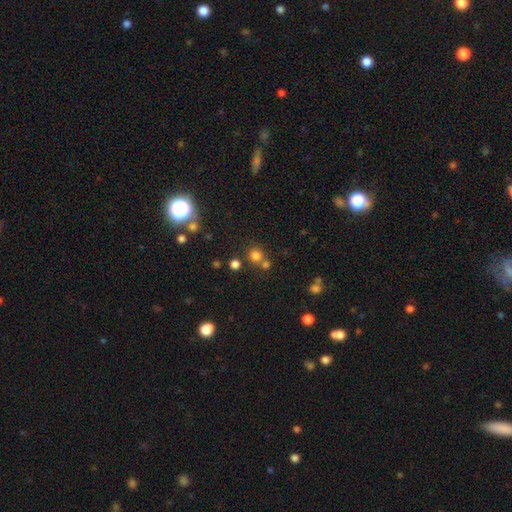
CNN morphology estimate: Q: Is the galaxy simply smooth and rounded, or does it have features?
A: smooth — 73%.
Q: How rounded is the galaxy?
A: round — 89%.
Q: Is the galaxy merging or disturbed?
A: none — 63%.